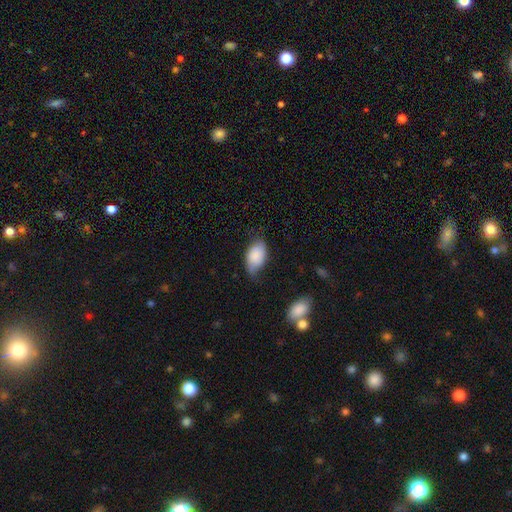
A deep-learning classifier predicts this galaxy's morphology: type=smooth (79%); roundness=in between (92%); merging=none (54%).